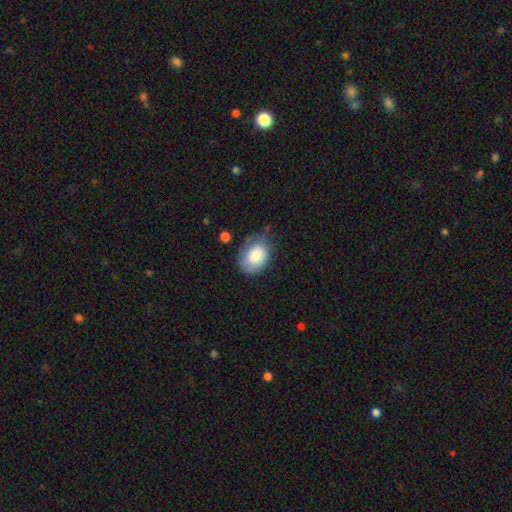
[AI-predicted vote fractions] Smooth or featured? smooth (81%)
How rounded? in between (72%)
Merging? none (58%)